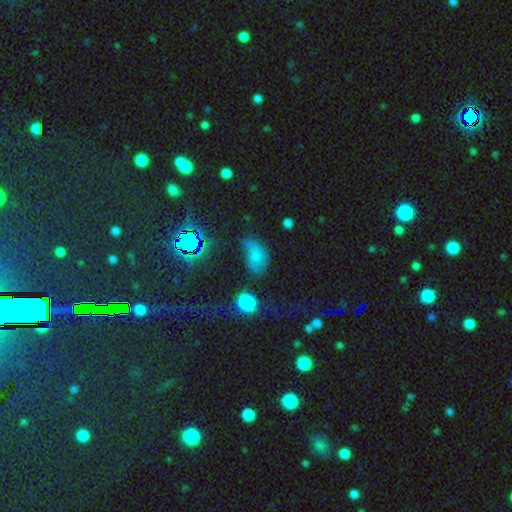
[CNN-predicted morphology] smooth-or-featured: smooth: 51% | featured or disk: 25% | star or artifact: 24%
  how-rounded: in between: 83% | round: 14% | cigar-shaped: 2%
  merging: none: 38% | minor disturbance: 31% | major disturbance: 26% | merger: 6%